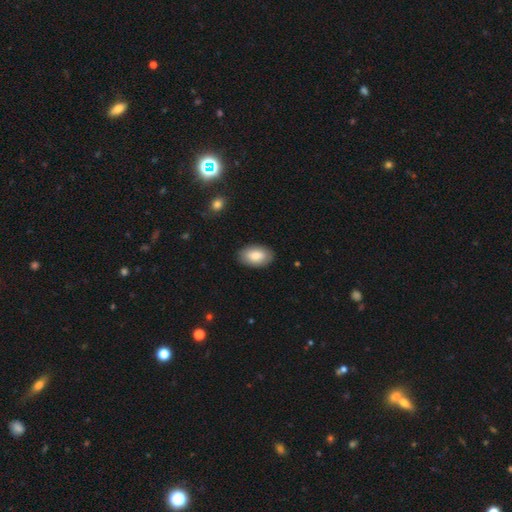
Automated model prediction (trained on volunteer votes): Q: Smooth or featured?
A: smooth (82%); runner-up: featured or disk (12%)
Q: How rounded?
A: in between (93%); runner-up: round (5%)
Q: Merging?
A: none (88%); runner-up: minor disturbance (9%)